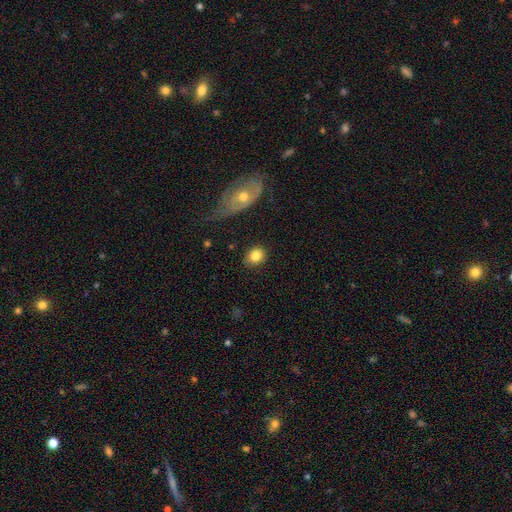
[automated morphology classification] Smooth or featured?
  - smooth: 82% *
  - featured or disk: 10%
  - star or artifact: 9%
How rounded?
  - round: 61% *
  - in between: 38%
  - cigar-shaped: 1%
Merging?
  - none: 84% *
  - minor disturbance: 11%
  - major disturbance: 3%
  - merger: 2%